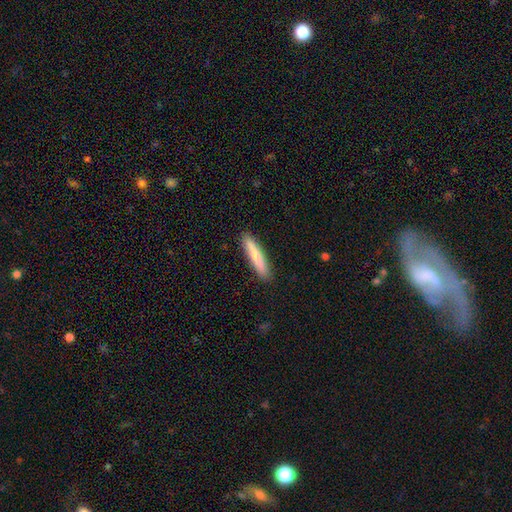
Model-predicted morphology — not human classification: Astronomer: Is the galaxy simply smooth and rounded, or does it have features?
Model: smooth — 67%.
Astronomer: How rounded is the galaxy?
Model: cigar-shaped — 89%.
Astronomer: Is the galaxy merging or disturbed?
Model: none — 90%.